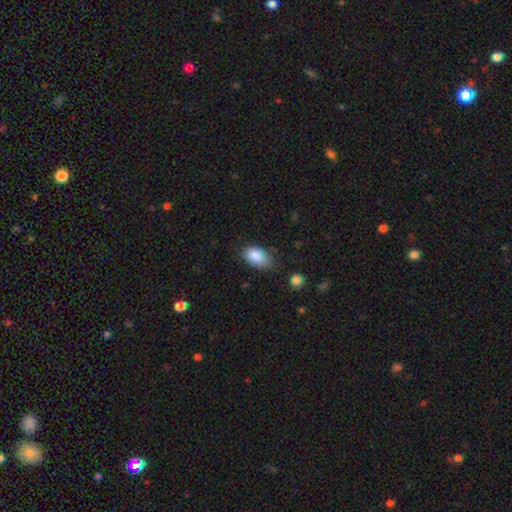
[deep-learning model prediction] Smooth or featured? smooth (87%)
How rounded? in between (92%)
Merging? none (69%)